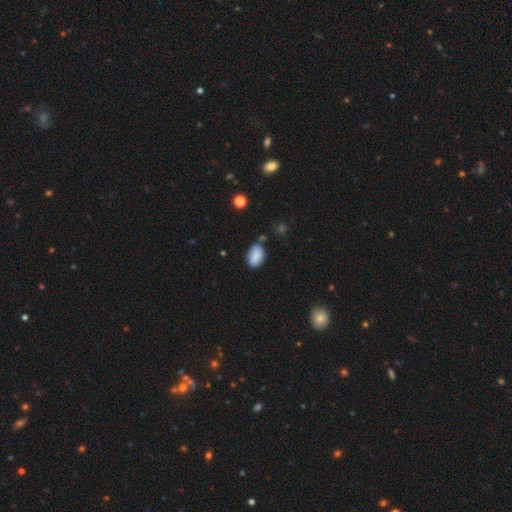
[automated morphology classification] Overall: smooth (88%). How rounded: in between (90%). Merging: none (74%).